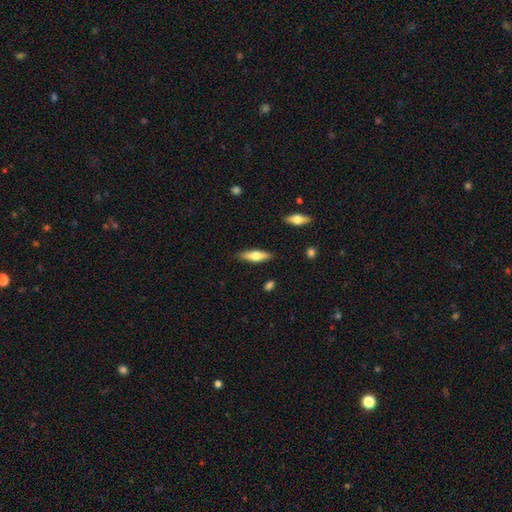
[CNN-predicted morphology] Smooth or featured? Predicted: smooth (p=0.56). How rounded? Predicted: cigar-shaped (p=0.56). Merging? Predicted: none (p=0.85).